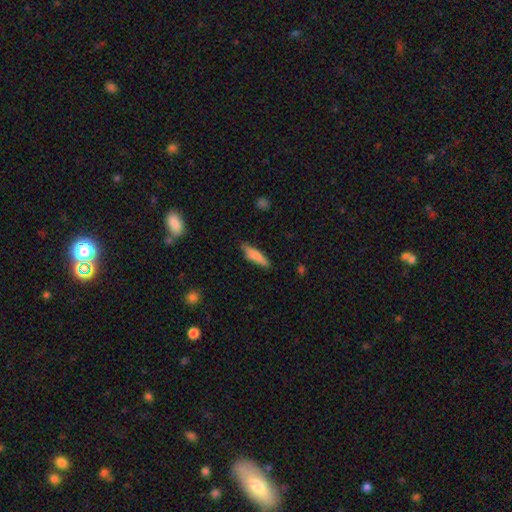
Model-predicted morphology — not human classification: The model was most divided on "how rounded": cigar-shaped: 73%, in between: 25%, round: 2%. More confident: merging — none (81%); smooth or featured — smooth (77%).